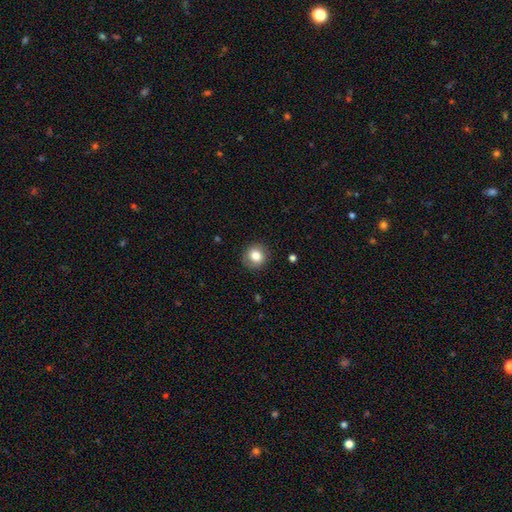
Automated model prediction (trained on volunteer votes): Morphology: type=smooth (82%); roundness=round (87%); merging=none (88%).